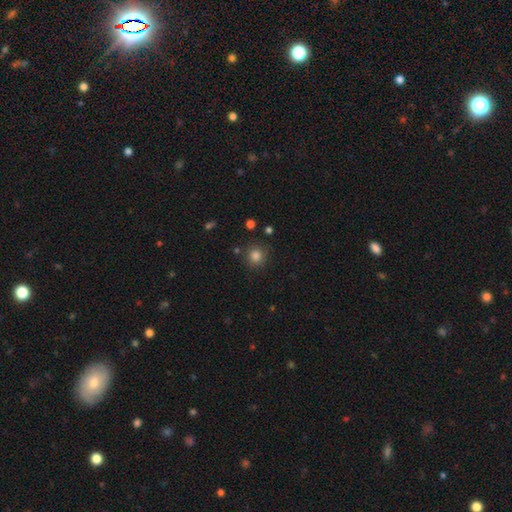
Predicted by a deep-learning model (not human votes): This is clearly a smooth galaxy (83%). How rounded: clearly round (91%). Merging: clearly none (84%).